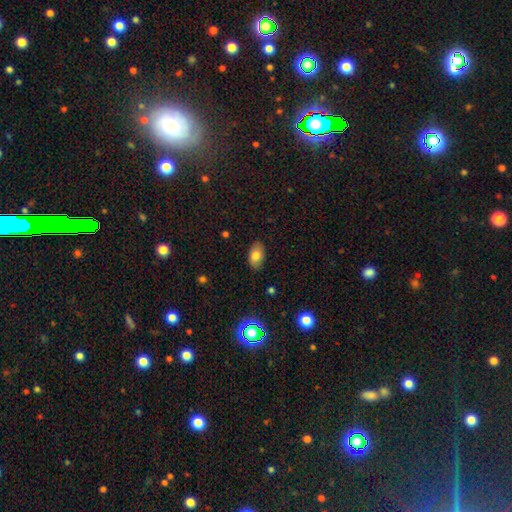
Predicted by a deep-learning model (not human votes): A smooth galaxy with no disk features (79%) that is in between round and cigar-shaped (92%). Merging: none (86%).